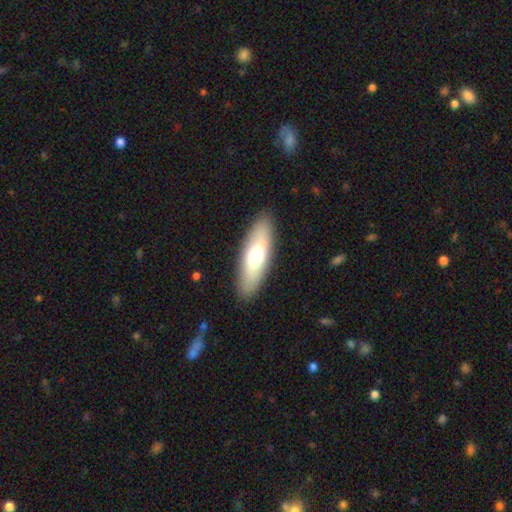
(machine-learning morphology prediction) This appears to be a smooth galaxy with no disk features (64%) that is in between round and cigar-shaped (59%). Merging: none (88%).